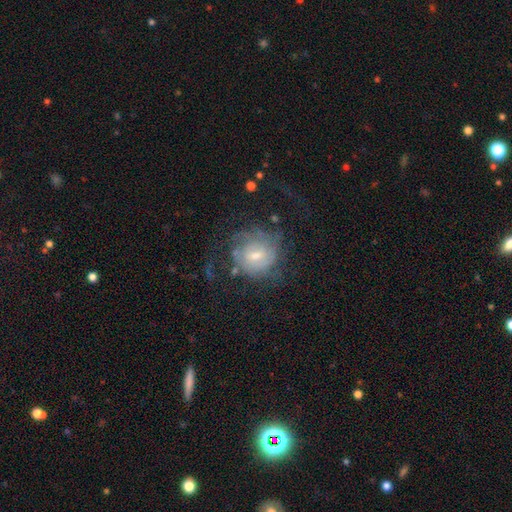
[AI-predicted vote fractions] Smooth or featured? Predicted: featured or disk (p=0.64). Edge-on disk? Predicted: no (p=0.97). Bar? Predicted: weak (p=0.48). Spiral arms? Predicted: yes (p=0.77). Bulge size? Predicted: small (p=0.47). Merging? Predicted: none (p=0.54).